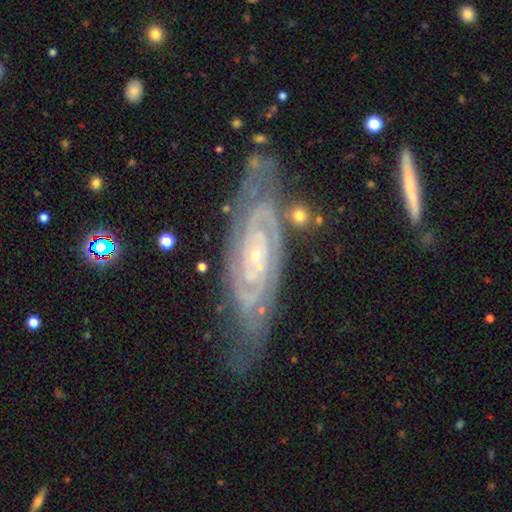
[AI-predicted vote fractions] Smooth or featured? Predicted: featured or disk (p=0.89). Edge-on disk? Predicted: no (p=0.90). Bar? Predicted: no (p=0.56). Spiral arms? Predicted: yes (p=0.97). Spiral winding? Predicted: tight (p=0.72). Spiral arm count? Predicted: 2 (p=0.56). Bulge size? Predicted: small (p=0.80). Merging? Predicted: none (p=0.69).